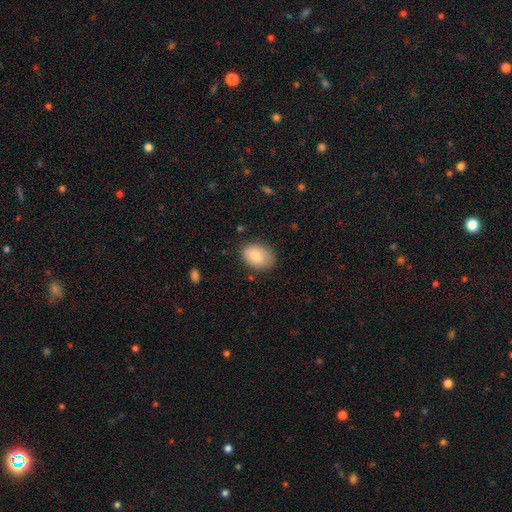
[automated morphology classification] Smooth or featured? Predicted: smooth (p=0.80). How rounded? Predicted: in between (p=0.76). Merging? Predicted: none (p=0.77).